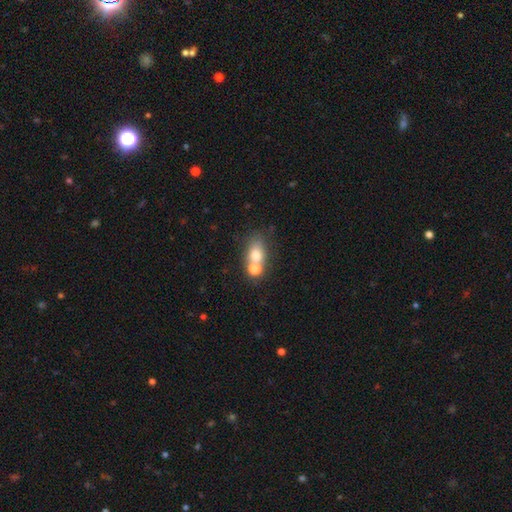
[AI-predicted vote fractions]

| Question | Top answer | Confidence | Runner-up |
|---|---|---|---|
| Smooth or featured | smooth | 69% | featured or disk (18%) |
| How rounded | in between | 56% | round (41%) |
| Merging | merger | 49% | none (36%) |